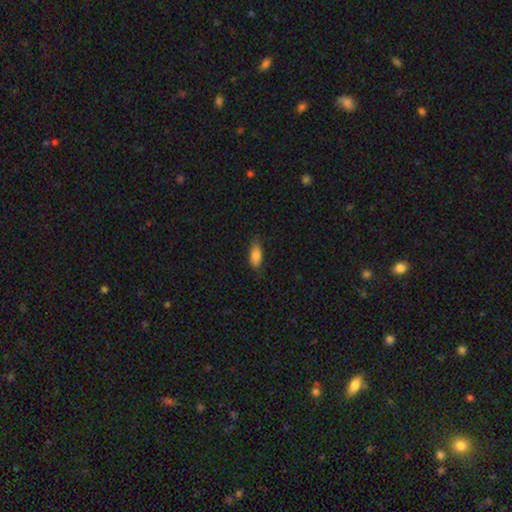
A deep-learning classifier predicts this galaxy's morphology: Smooth or featured: smooth — 83% (featured or disk — 10%)
How rounded: in between — 84% (cigar-shaped — 13%)
Merging: none — 77% (minor disturbance — 19%)